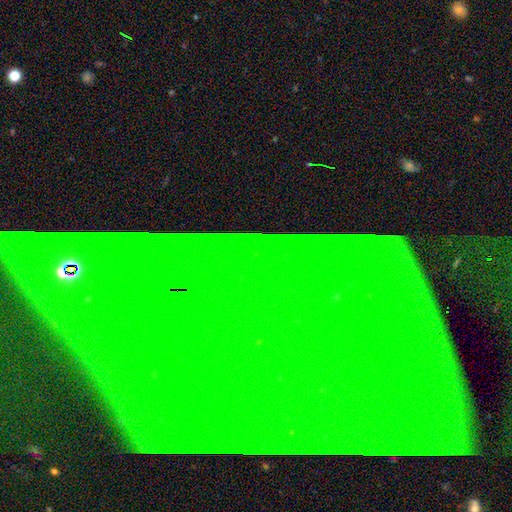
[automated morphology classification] Q: Smooth or featured?
A: star or artifact (82%); runner-up: featured or disk (10%)